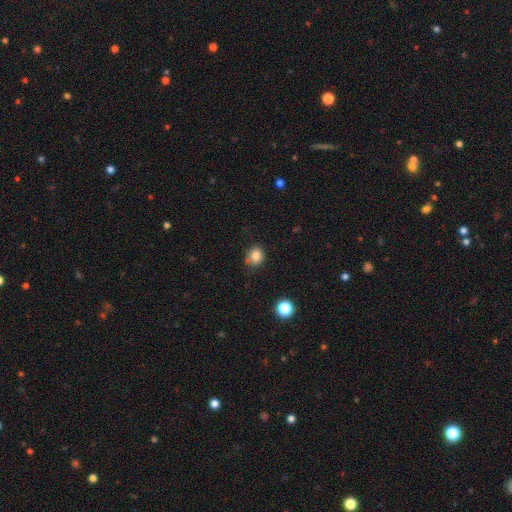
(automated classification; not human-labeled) The model was most divided on "how rounded": round: 70%, in between: 29%, cigar-shaped: 1%. More confident: smooth or featured — smooth (83%); merging — none (69%).